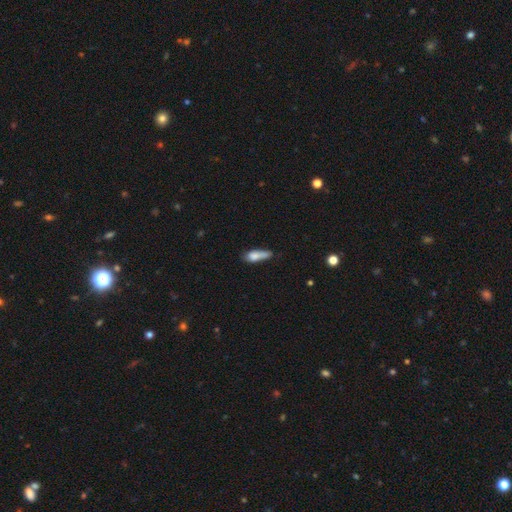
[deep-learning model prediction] Smooth or featured?
  - smooth: 74% *
  - featured or disk: 18%
  - star or artifact: 8%
How rounded?
  - in between: 50% *
  - cigar-shaped: 46%
  - round: 3%
Merging?
  - none: 39% *
  - minor disturbance: 36%
  - major disturbance: 14%
  - merger: 10%